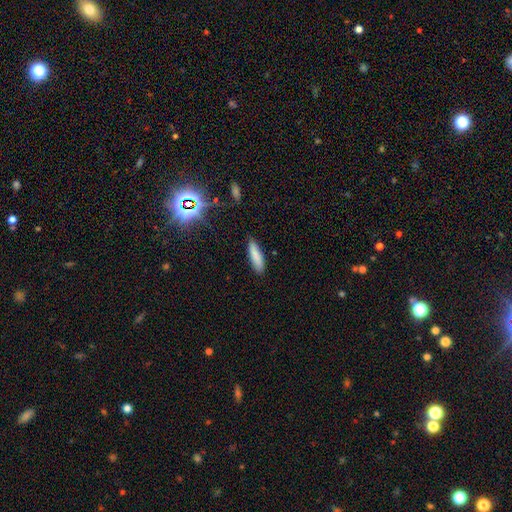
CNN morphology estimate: Smooth or featured? Predicted: smooth (p=0.84). How rounded? Predicted: cigar-shaped (p=0.63). Merging? Predicted: none (p=0.86).